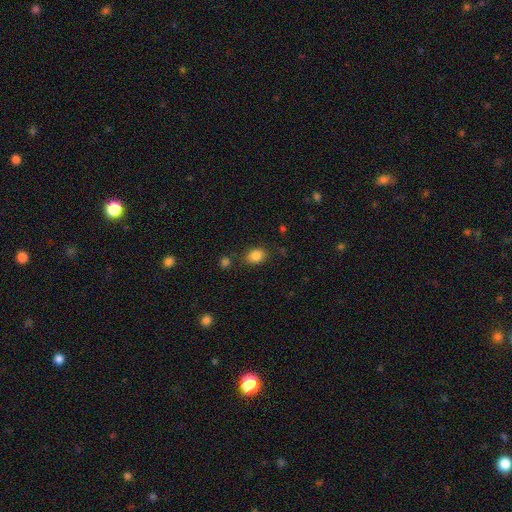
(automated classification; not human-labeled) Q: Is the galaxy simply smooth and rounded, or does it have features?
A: smooth — 85%.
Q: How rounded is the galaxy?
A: in between — 63%.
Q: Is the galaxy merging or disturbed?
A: none — 78%.